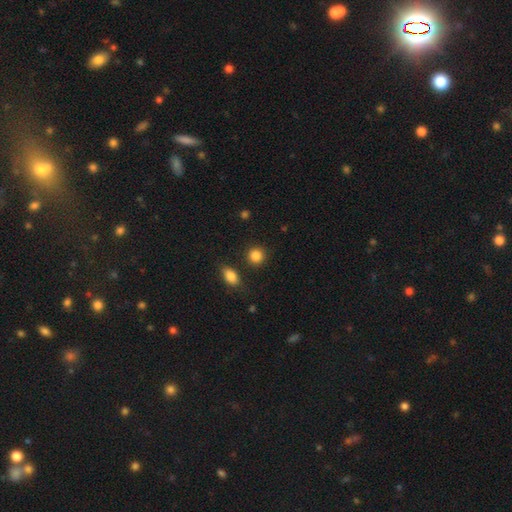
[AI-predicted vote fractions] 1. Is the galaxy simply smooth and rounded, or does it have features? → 87% smooth, 9% star or artifact, 4% featured or disk.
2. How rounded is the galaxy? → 88% round, 11% in between, 1% cigar-shaped.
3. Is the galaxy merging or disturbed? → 86% none, 7% minor disturbance, 4% merger, 3% major disturbance.